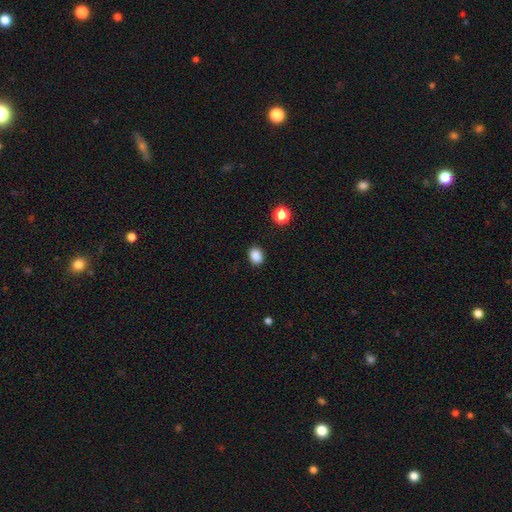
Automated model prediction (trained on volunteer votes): smooth-or-featured: smooth: 87% | star or artifact: 10% | featured or disk: 3%
  how-rounded: in between: 58% | round: 41% | cigar-shaped: 1%
  merging: none: 89% | minor disturbance: 7% | major disturbance: 2% | merger: 1%